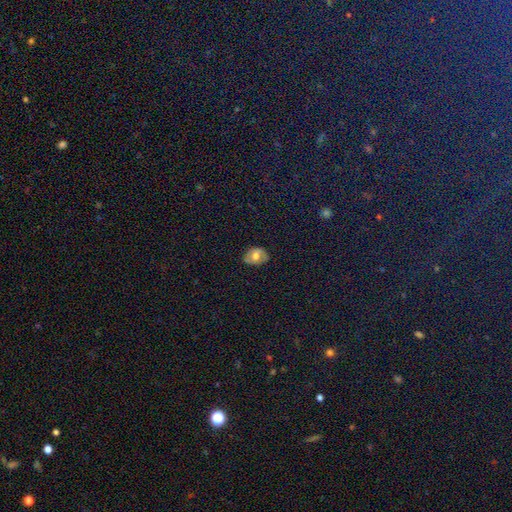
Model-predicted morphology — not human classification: The model was most divided on "how rounded": in between: 57%, round: 42%, cigar-shaped: 1%. More confident: merging — none (72%); smooth or featured — smooth (60%).